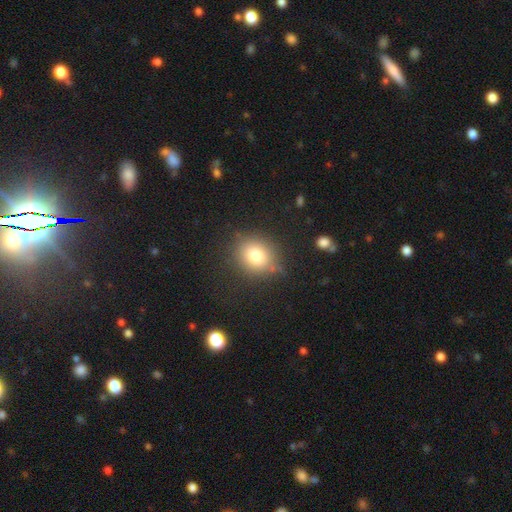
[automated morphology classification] Smooth or featured?
  - smooth: 79% *
  - star or artifact: 11%
  - featured or disk: 10%
How rounded?
  - round: 70% *
  - in between: 29%
  - cigar-shaped: 1%
Merging?
  - none: 77% *
  - minor disturbance: 16%
  - major disturbance: 5%
  - merger: 3%